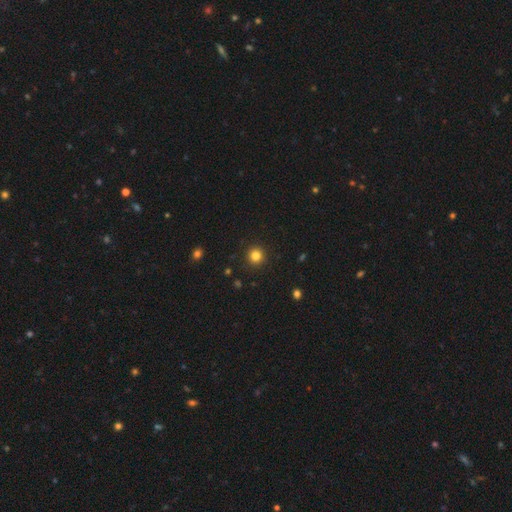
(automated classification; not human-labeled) The model was most divided on "smooth or featured": smooth: 83%, star or artifact: 13%, featured or disk: 5%. More confident: how rounded — round (94%); merging — none (92%).